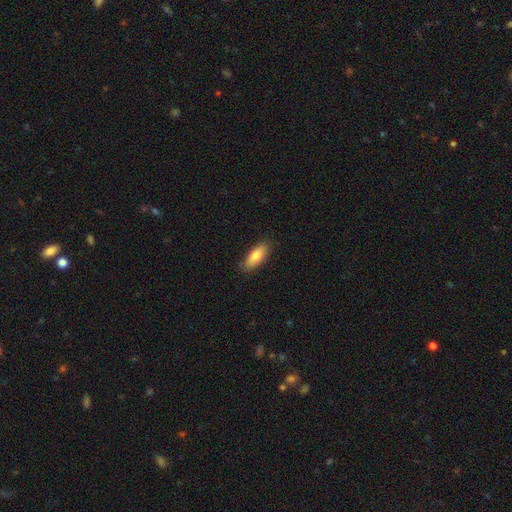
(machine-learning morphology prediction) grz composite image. It shows a smooth galaxy with no disk features (80%) that is in between round and cigar-shaped (70%). Merging: none (86%).